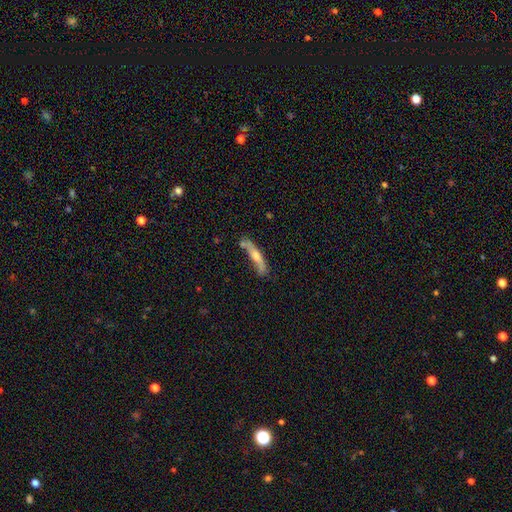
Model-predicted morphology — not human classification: A featured or disk galaxy (48%). Merging: none (60%).